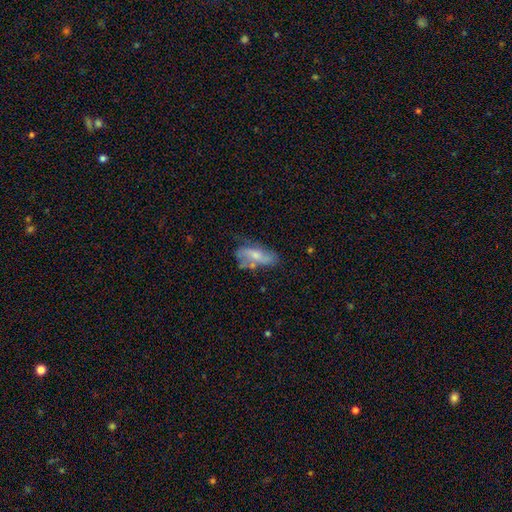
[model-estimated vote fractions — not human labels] Q: Smooth or featured?
A: smooth (48%); runner-up: featured or disk (44%)
Q: Merging?
A: none (46%); runner-up: minor disturbance (30%)